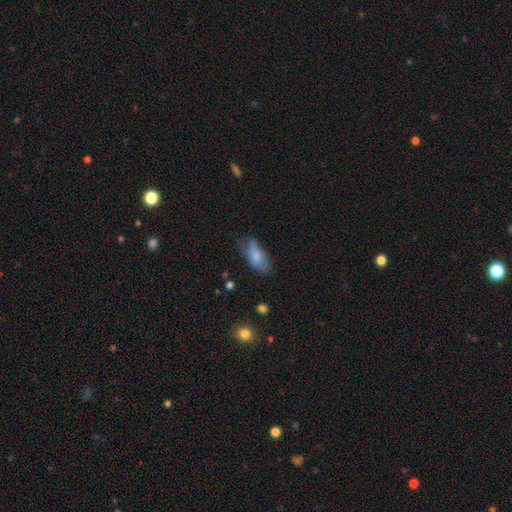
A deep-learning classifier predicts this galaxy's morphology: A smooth galaxy with no disk features (75%) that is in between round and cigar-shaped (86%).

Vote fractions:
- Smooth or featured? smooth: 75% / featured or disk: 17% / star or artifact: 7%
- How rounded? in between: 86% / cigar-shaped: 11% / round: 3%
- Merging? none: 49% / minor disturbance: 34% / major disturbance: 15% / merger: 3%